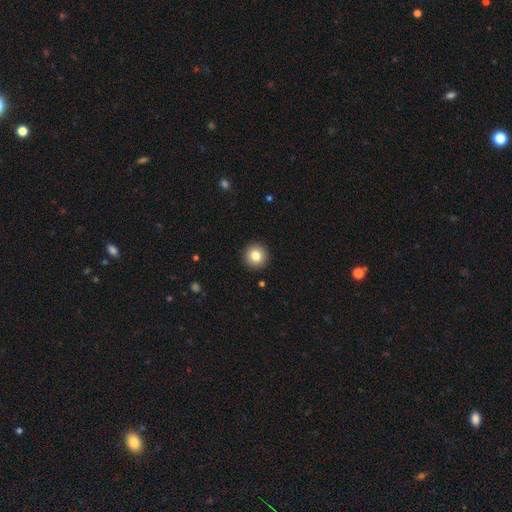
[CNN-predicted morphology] smooth-or-featured: smooth: 82% | star or artifact: 10% | featured or disk: 8%
  how-rounded: round: 95% | in between: 4% | cigar-shaped: 1%
  merging: none: 93% | minor disturbance: 5% | major disturbance: 2% | merger: 1%